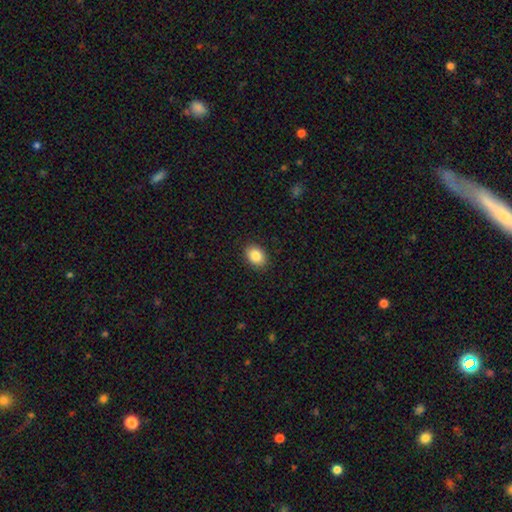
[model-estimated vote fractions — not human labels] smooth 86%, star or artifact 8%, featured or disk 6%. Down the decision tree: how rounded — in between (69%); merging — none (90%).